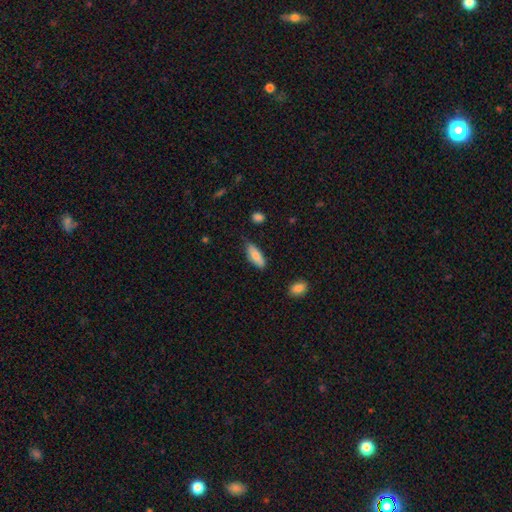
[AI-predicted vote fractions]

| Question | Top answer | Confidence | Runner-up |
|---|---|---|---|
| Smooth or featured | smooth | 76% | featured or disk (18%) |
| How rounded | in between | 69% | cigar-shaped (29%) |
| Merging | none | 76% | minor disturbance (19%) |